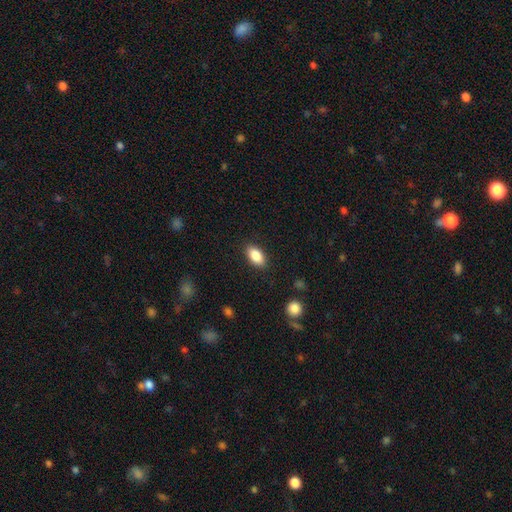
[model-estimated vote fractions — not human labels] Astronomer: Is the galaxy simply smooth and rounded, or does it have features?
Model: smooth — 87%.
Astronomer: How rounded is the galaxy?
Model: in between — 91%.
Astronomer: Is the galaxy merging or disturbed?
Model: none — 87%.